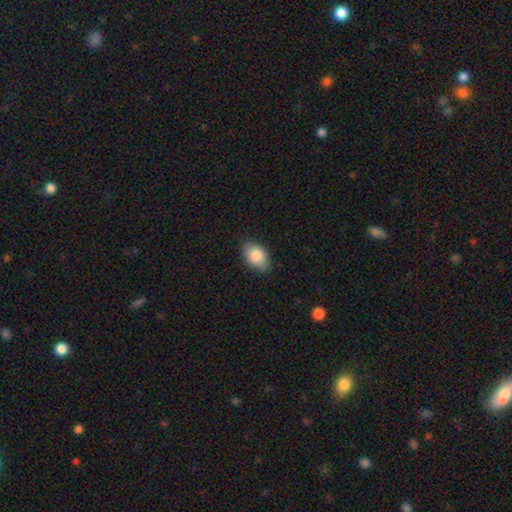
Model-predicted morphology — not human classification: A smooth galaxy with no disk features (85%) that is in between round and cigar-shaped (87%). Merging: none (80%).